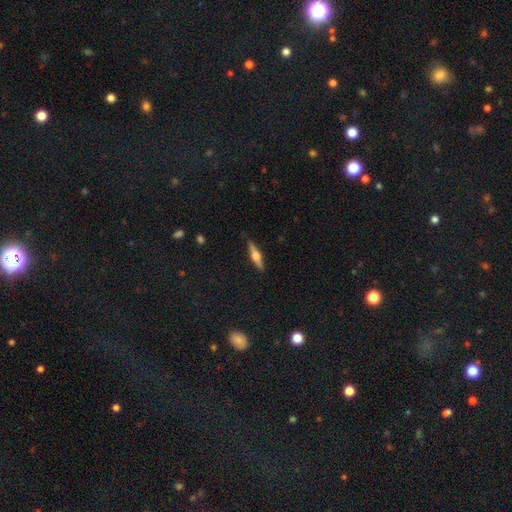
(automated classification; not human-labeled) smooth-or-featured: featured or disk: 61% | smooth: 32% | star or artifact: 7%
  disk-edge-on: yes: 96% | no: 4%
    edge-on-bulge: rounded: 89% | boxy: 8% | none: 3%
  merging: none: 86% | minor disturbance: 10% | major disturbance: 2% | merger: 1%